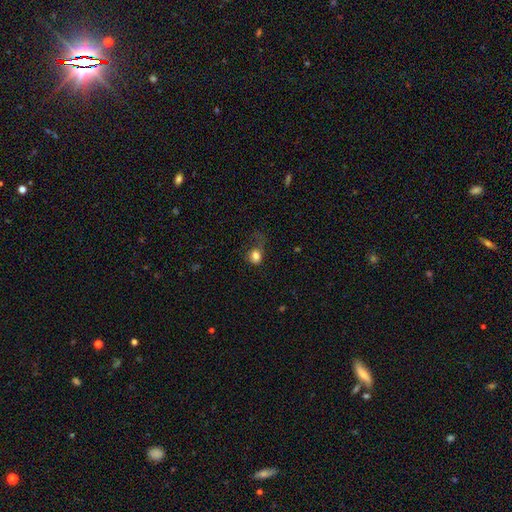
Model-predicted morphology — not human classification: This is likely a smooth galaxy (79%). How rounded: possibly round (57%). Merging: marginally major disturbance (39%).